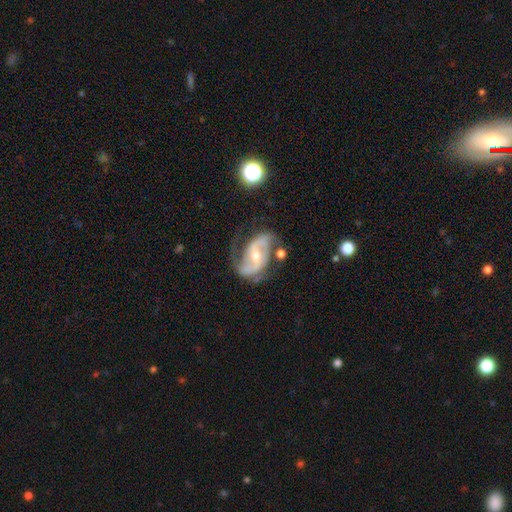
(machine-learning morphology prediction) The model was most divided on "bar": weak: 39%, no: 38%, strong: 23%. Remaining: edge-on disk — no (97%); spiral arms — yes (96%); smooth or featured — featured or disk (88%); spiral arm count — 2 (87%); merging — none (62%); bulge size — moderate (53%); spiral winding — medium (48%).